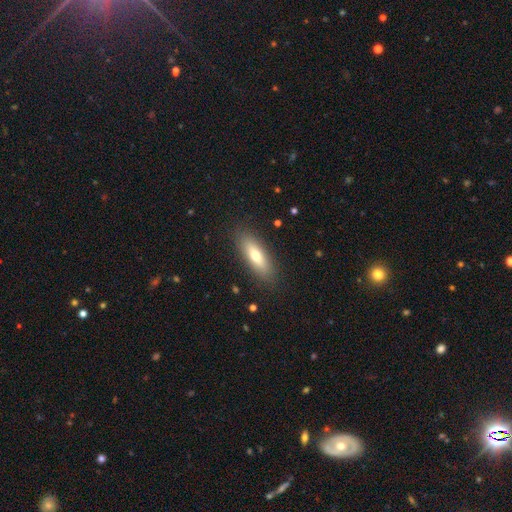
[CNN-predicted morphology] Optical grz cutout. It shows a smooth galaxy with no disk features (68%) that is in between round and cigar-shaped (56%). Merging: none (88%).